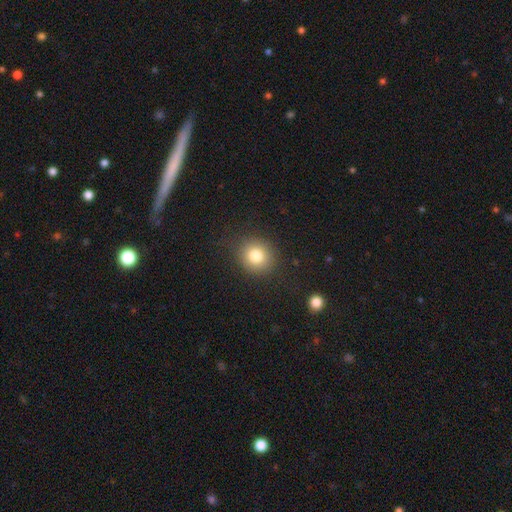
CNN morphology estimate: This appears to be a smooth galaxy with no disk features (80%) that is round (85%). Merging: none (86%).